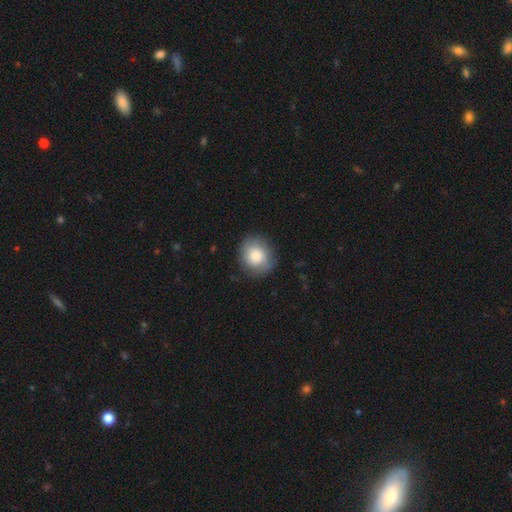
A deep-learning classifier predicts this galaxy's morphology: smooth 78%, featured or disk 14%, star or artifact 7%. Down the decision tree: how rounded — round (81%); merging — none (81%).